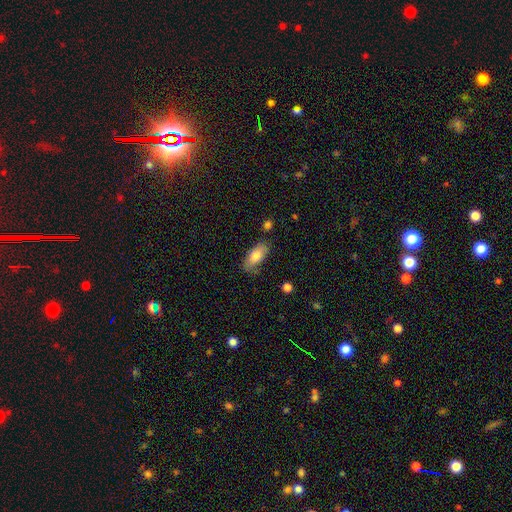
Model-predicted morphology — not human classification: type=smooth (75%); roundness=in between (86%); merging=none (70%).